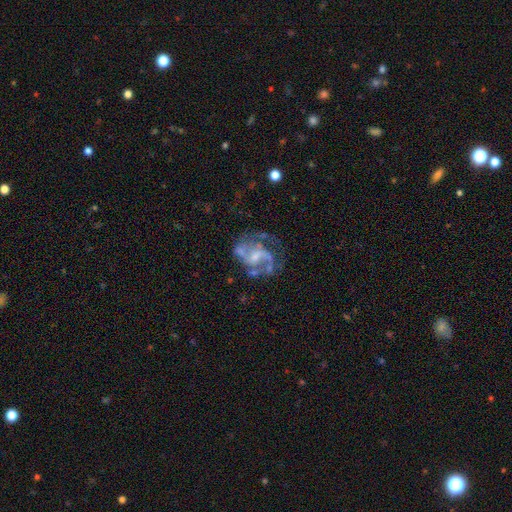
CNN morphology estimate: smooth-or-featured: featured or disk: 84% | smooth: 9% | star or artifact: 7%
  disk-edge-on: no: 98% | yes: 2%
    bar: weak: 48% | no: 38% | strong: 14%
    has-spiral-arms: yes: 90% | no: 10%
      spiral-winding: medium: 51% | loose: 32% | tight: 16%
      spiral-arm-count: 2: 70% | can't tell: 10% | 3: 10% | 1: 5% | 4: 2% | more than 4: 2%
    bulge-size: small: 43% | moderate: 34% | none: 18% | large: 4% | dominant: 1%
  merging: none: 48% | major disturbance: 24% | minor disturbance: 21% | merger: 7%